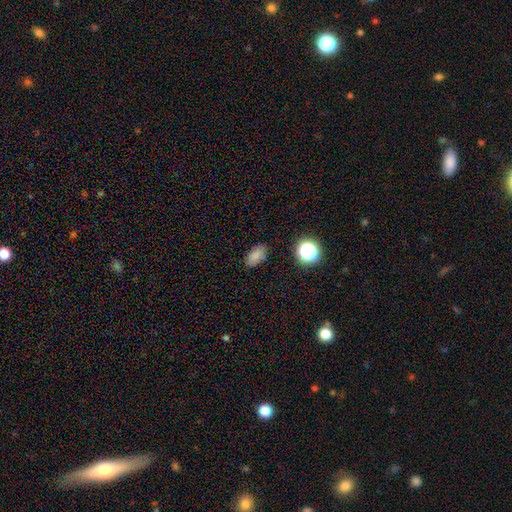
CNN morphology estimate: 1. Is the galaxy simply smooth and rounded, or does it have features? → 80% smooth, 15% star or artifact, 5% featured or disk.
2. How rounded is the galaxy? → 87% in between, 9% round, 4% cigar-shaped.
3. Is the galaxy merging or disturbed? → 81% none, 14% minor disturbance, 3% major disturbance, 2% merger.